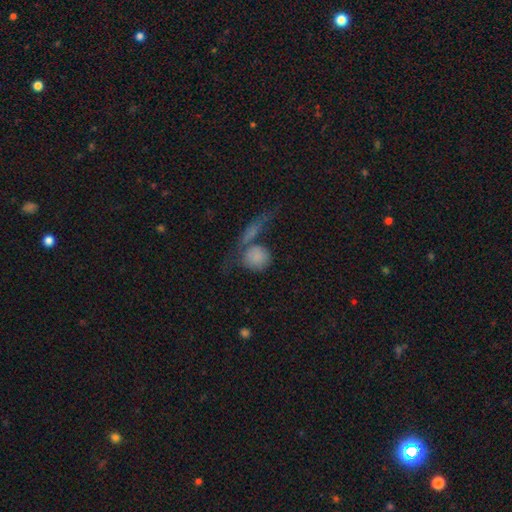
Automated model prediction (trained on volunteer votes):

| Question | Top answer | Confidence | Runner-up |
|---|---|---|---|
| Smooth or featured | smooth | 76% | featured or disk (14%) |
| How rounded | round | 83% | in between (14%) |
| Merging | none | 38% | merger (31%) |